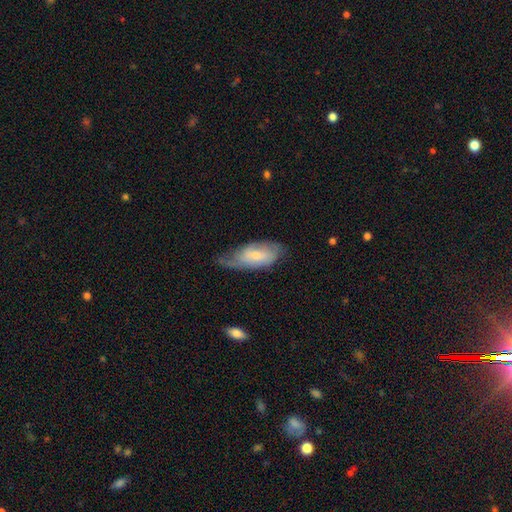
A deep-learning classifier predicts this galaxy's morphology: type=featured or disk (53%); edge-on=no (90%); merging=none (43%).